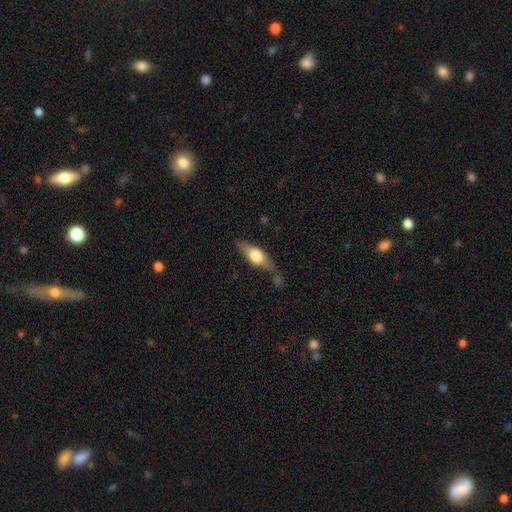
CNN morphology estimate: Q: Smooth or featured?
A: smooth (47%); tied with: featured or disk (47%)
Q: Merging?
A: none (60%); runner-up: minor disturbance (23%)